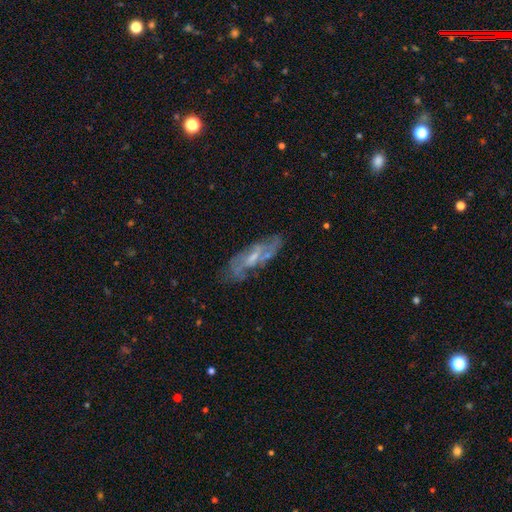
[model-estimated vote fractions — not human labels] Smooth or featured? Predicted: featured or disk (p=0.70). Edge-on disk? Predicted: no (p=0.77). Bar? Predicted: weak (p=0.47). Spiral arms? Predicted: yes (p=0.73). Bulge size? Predicted: small (p=0.52). Merging? Predicted: none (p=0.67).